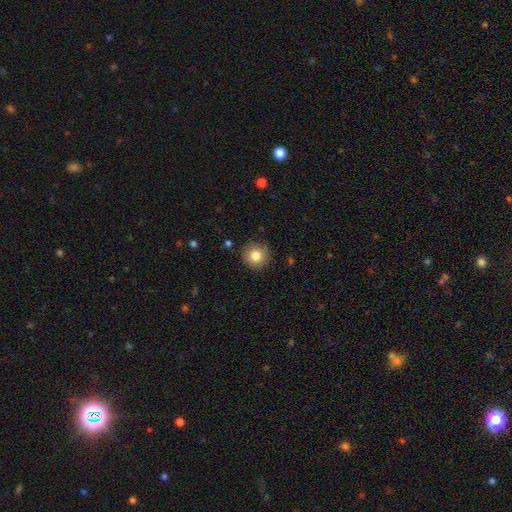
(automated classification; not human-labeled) Smooth or featured: smooth — 82% (star or artifact — 10%)
How rounded: round — 93% (in between — 6%)
Merging: none — 90% (minor disturbance — 7%)